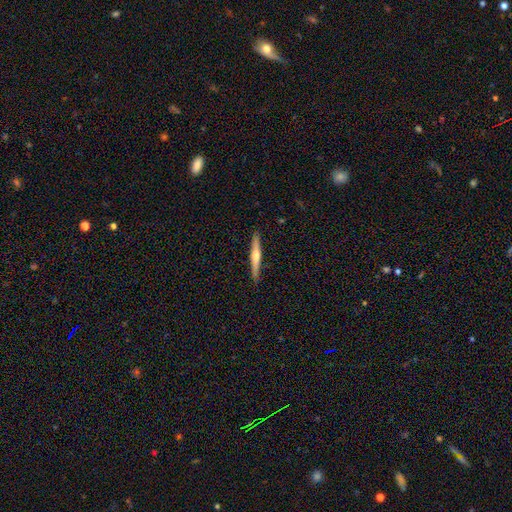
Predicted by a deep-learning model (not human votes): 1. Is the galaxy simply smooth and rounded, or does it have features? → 59% featured or disk, 35% smooth, 6% star or artifact.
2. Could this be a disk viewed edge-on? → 97% yes, 3% no.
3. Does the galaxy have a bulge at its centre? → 84% rounded, 11% none, 5% boxy.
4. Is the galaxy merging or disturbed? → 90% none, 7% minor disturbance, 1% major disturbance, 1% merger.